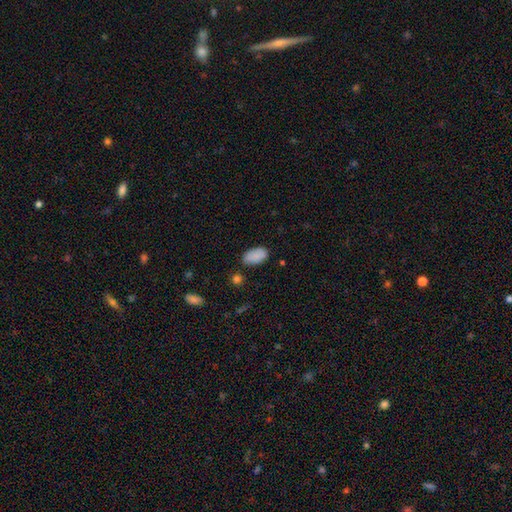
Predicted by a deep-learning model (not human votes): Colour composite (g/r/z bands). It shows a smooth galaxy with no disk features (88%) that is in between round and cigar-shaped (95%). Merging: none (77%).